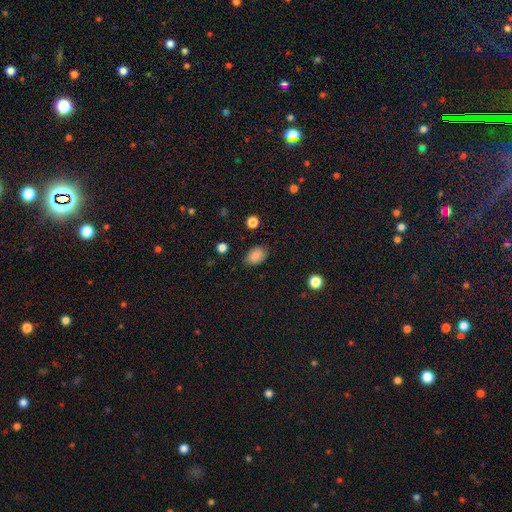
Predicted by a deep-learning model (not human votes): This appears to be a smooth galaxy with no disk features (87%) that is in between round and cigar-shaped (80%). Merging: none (81%).